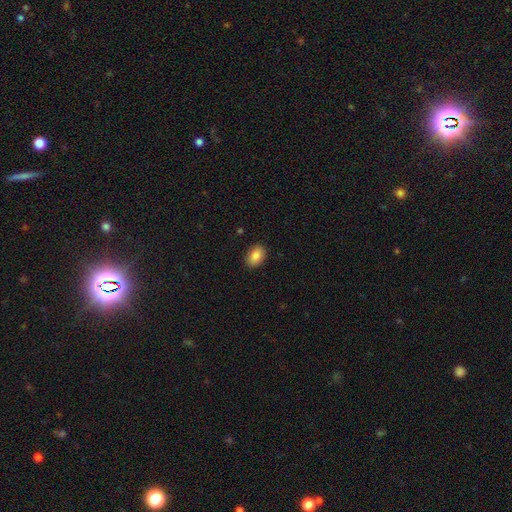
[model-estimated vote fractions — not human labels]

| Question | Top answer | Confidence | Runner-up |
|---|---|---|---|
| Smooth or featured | smooth | 85% | star or artifact (8%) |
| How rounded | in between | 85% | round (13%) |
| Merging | none | 88% | minor disturbance (9%) |